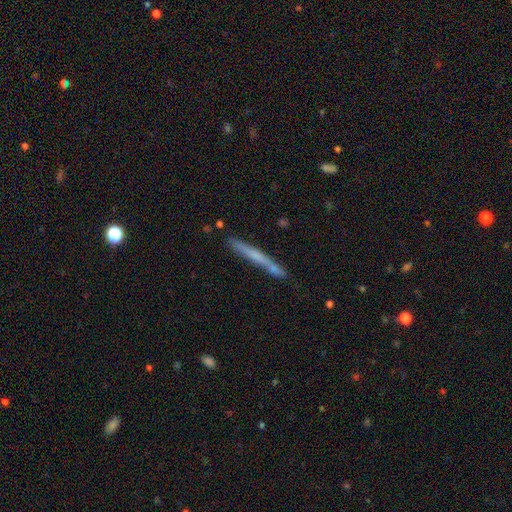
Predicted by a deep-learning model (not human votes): This appears to be a featured or disk galaxy (47%). Merging: none (79%).